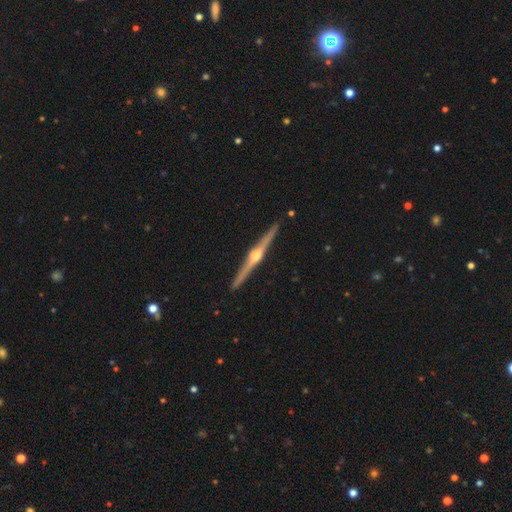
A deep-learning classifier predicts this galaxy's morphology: Q: Smooth or featured?
A: featured or disk (88%); runner-up: smooth (8%)
Q: Edge-on disk?
A: yes (99%); runner-up: no (1%)
Q: Edge-on bulge?
A: rounded (95%); runner-up: boxy (3%)
Q: Merging?
A: none (93%); runner-up: minor disturbance (5%)